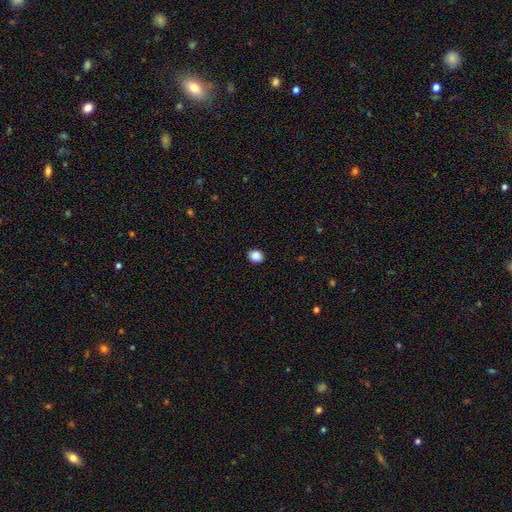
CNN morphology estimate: Smooth or featured? Predicted: smooth (p=0.88). How rounded? Predicted: round (p=0.60). Merging? Predicted: none (p=0.91).